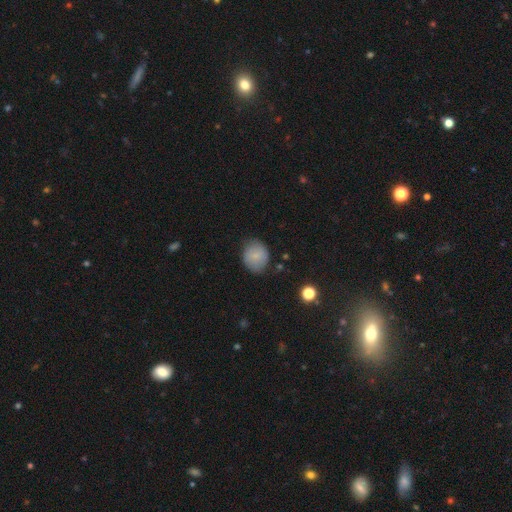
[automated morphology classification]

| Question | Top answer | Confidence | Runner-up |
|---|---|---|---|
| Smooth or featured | smooth | 80% | featured or disk (11%) |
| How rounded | round | 71% | in between (28%) |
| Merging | none | 76% | minor disturbance (18%) |